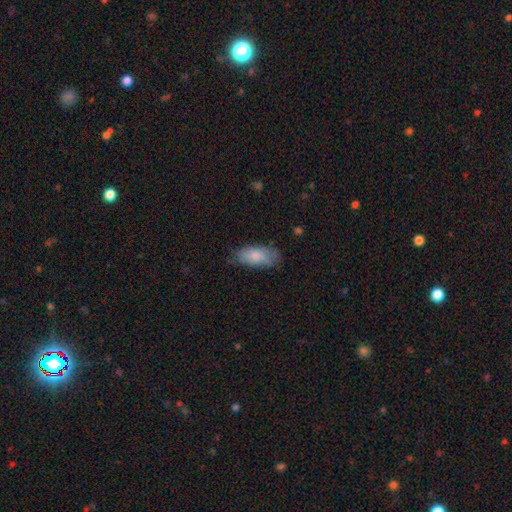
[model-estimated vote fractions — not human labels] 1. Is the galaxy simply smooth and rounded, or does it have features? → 81% smooth, 13% featured or disk, 6% star or artifact.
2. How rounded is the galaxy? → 87% in between, 10% cigar-shaped, 2% round.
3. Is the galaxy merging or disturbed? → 66% none, 26% minor disturbance, 6% major disturbance, 2% merger.